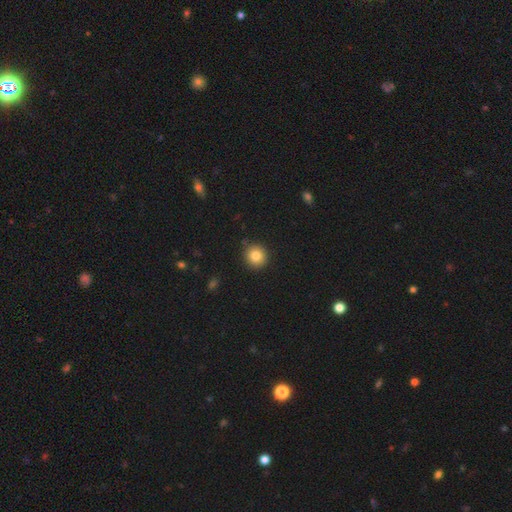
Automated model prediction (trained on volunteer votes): Smooth or featured?
  - smooth: 83% *
  - star or artifact: 10%
  - featured or disk: 7%
How rounded?
  - round: 91% *
  - in between: 8%
  - cigar-shaped: 1%
Merging?
  - none: 90% *
  - minor disturbance: 7%
  - major disturbance: 2%
  - merger: 1%